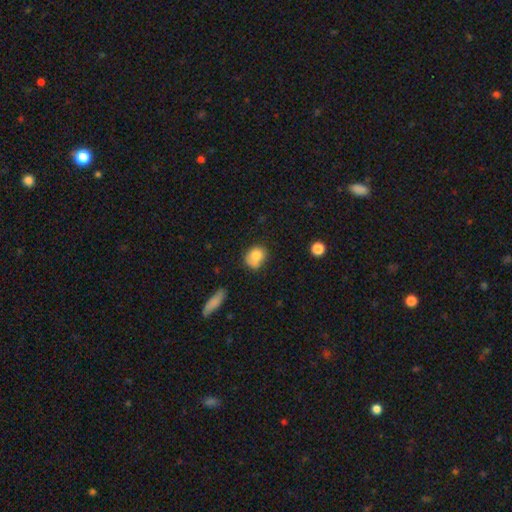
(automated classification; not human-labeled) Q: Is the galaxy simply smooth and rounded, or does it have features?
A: smooth — 79%.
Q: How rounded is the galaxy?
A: round — 56%.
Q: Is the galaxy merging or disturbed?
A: none — 51%.